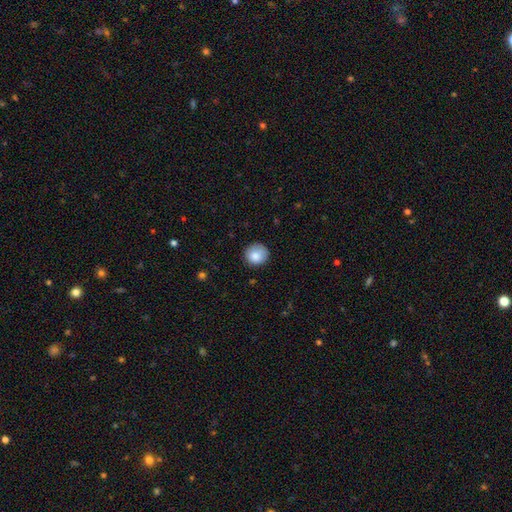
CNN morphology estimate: The model was most divided on "merging": none: 81%, minor disturbance: 14%, major disturbance: 3%, merger: 1%. More confident: how rounded — round (91%); smooth or featured — smooth (85%).